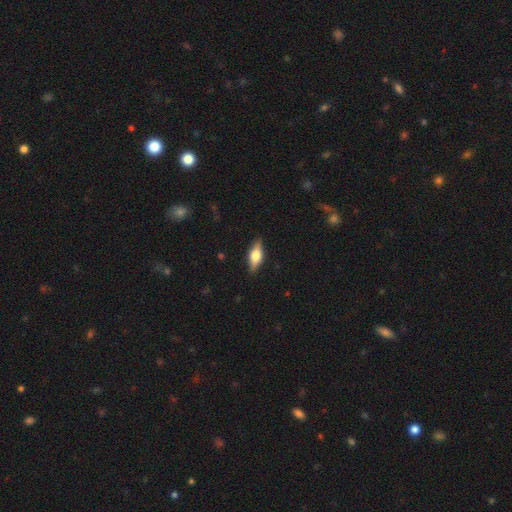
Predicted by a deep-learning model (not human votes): A smooth galaxy with no disk features (50%) that is in between round and cigar-shaped (69%). Merging: none (87%).